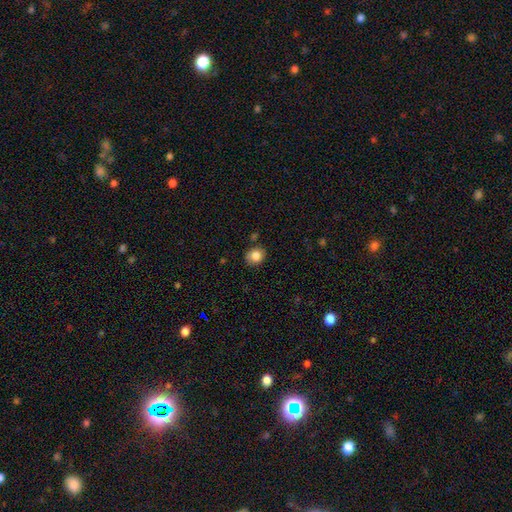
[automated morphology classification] Overall: smooth (84%). How rounded: round (70%). Merging: none (80%).